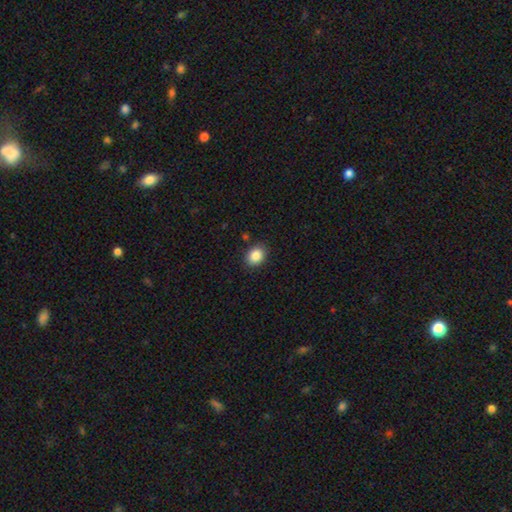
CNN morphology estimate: type=smooth (86%); roundness=in between (58%); merging=none (88%).